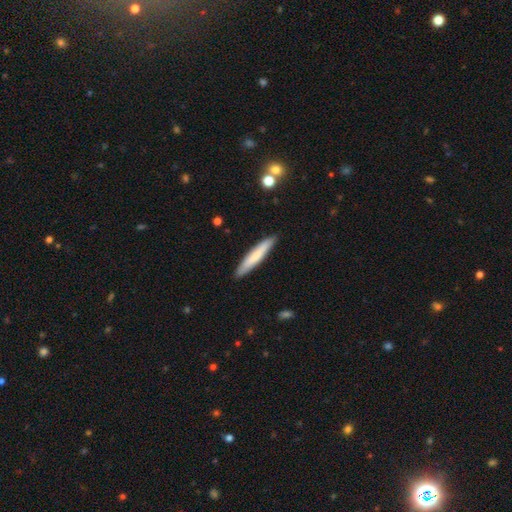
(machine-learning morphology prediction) smooth_or_featured: smooth (p=0.71) [alt: featured or disk p=0.24]
how_rounded: cigar-shaped (p=0.93) [alt: in between p=0.06]
merging: none (p=0.89) [alt: minor disturbance p=0.08]